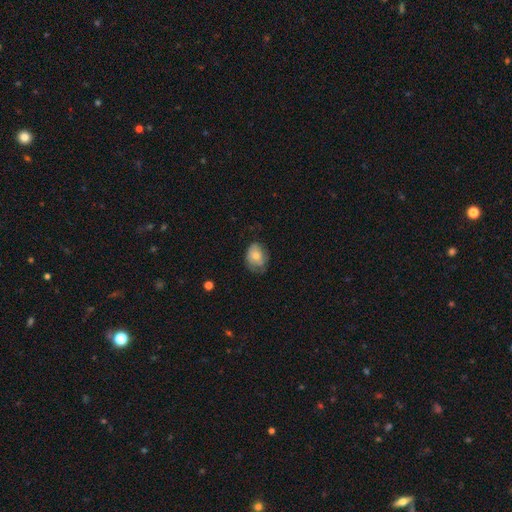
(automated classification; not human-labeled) smooth 64%, featured or disk 28%, star or artifact 8%. Down the decision tree: how rounded — in between (62%); merging — none (52%).